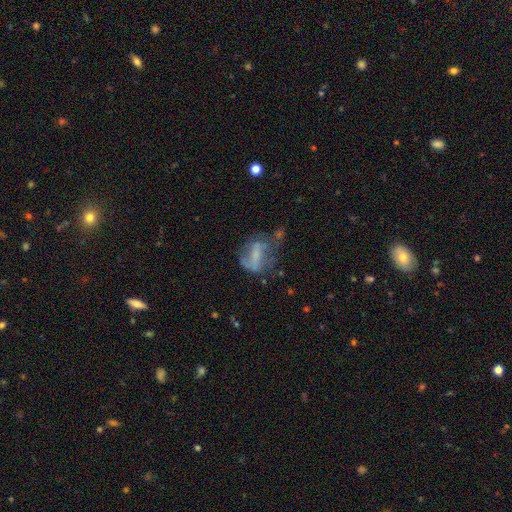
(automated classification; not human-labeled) Smooth or featured: featured or disk — 53% (smooth — 35%)
Edge-on disk: no — 94% (yes — 6%)
Bar: no — 38% (weak — 37%)
Spiral arms: yes — 52% (no — 48%)
Bulge size: none — 41% (small — 34%)
Merging: major disturbance — 35% (none — 32%)